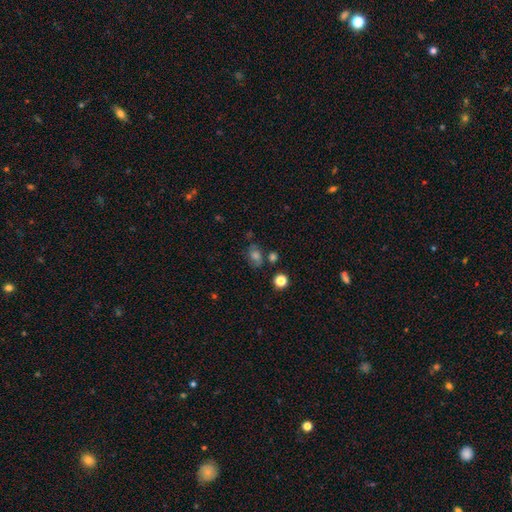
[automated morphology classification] Smooth or featured?
  - smooth: 69% *
  - star or artifact: 17%
  - featured or disk: 14%
How rounded?
  - in between: 63% *
  - round: 36%
  - cigar-shaped: 1%
Merging?
  - none: 60% *
  - minor disturbance: 22%
  - merger: 10%
  - major disturbance: 9%